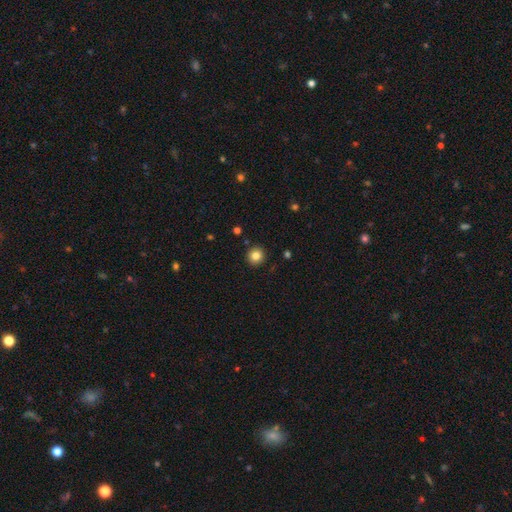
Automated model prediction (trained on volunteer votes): Q: Smooth or featured?
A: smooth (83%); runner-up: star or artifact (11%)
Q: How rounded?
A: round (93%); runner-up: in between (6%)
Q: Merging?
A: none (92%); runner-up: minor disturbance (5%)